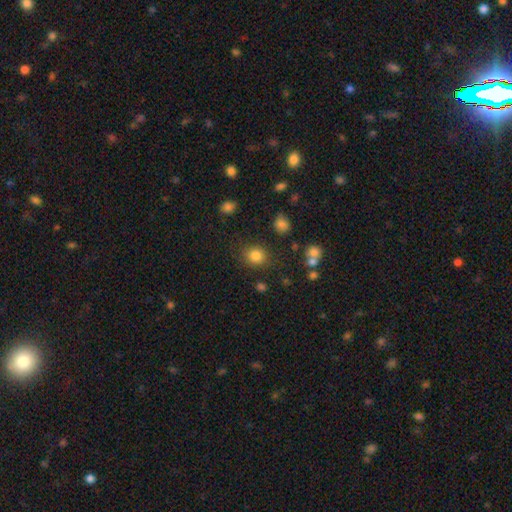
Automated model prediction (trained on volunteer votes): A smooth galaxy with no disk features (82%) that is round (76%). Merging: none (83%).